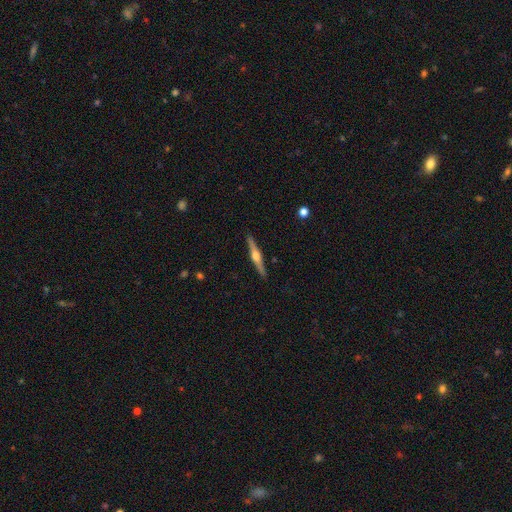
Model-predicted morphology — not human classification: Smooth or featured? featured or disk (76%)
Edge-on disk? yes (98%)
Edge-on bulge? rounded (93%)
Merging? none (91%)